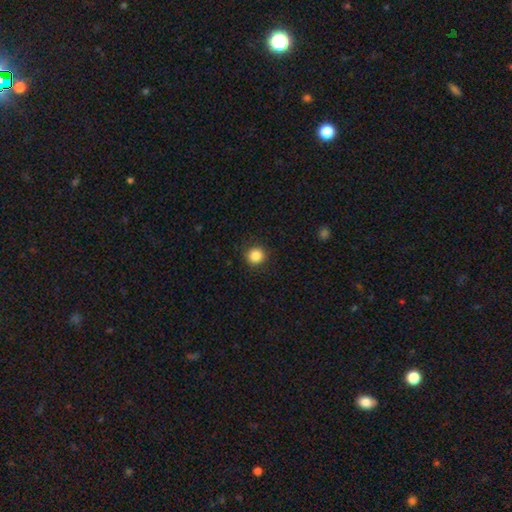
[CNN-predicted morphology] This is clearly a smooth galaxy (86%). How rounded: clearly round (93%). Merging: clearly none (91%).